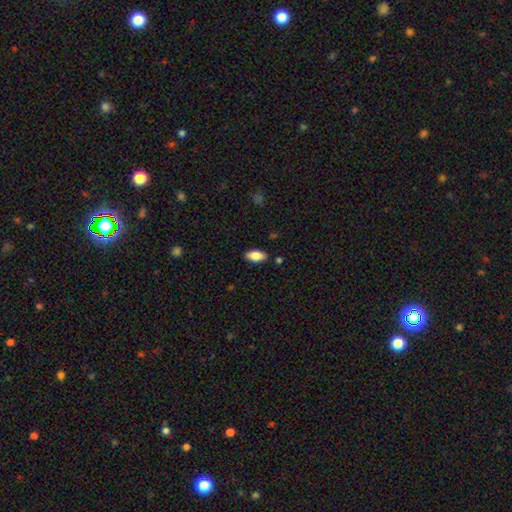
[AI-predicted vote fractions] smooth_or_featured: smooth (p=0.84) [alt: featured or disk p=0.09]
how_rounded: in between (p=0.91) [alt: cigar-shaped p=0.06]
merging: none (p=0.86) [alt: minor disturbance p=0.10]